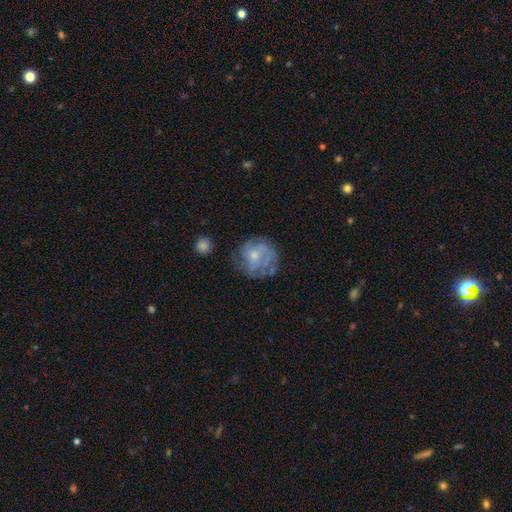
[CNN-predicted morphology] Smooth or featured? featured or disk (56%)
Edge-on disk? no (98%)
Bar? no (80%)
Spiral arms? no (51%)
Bulge size? moderate (47%)
Merging? none (58%)